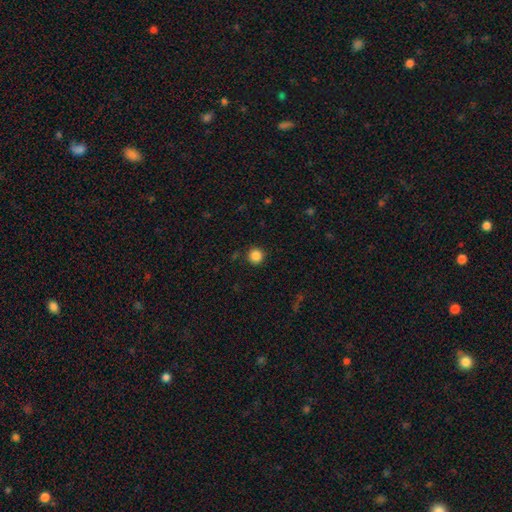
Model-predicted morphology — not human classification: Smooth or featured? smooth (86%)
How rounded? round (95%)
Merging? none (91%)